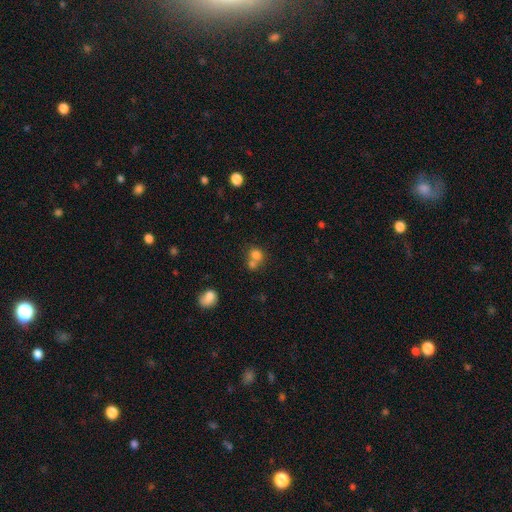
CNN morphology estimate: smooth 76%, star or artifact 12%, featured or disk 12%. Down the decision tree: how rounded — round (77%); merging — merger (52%).